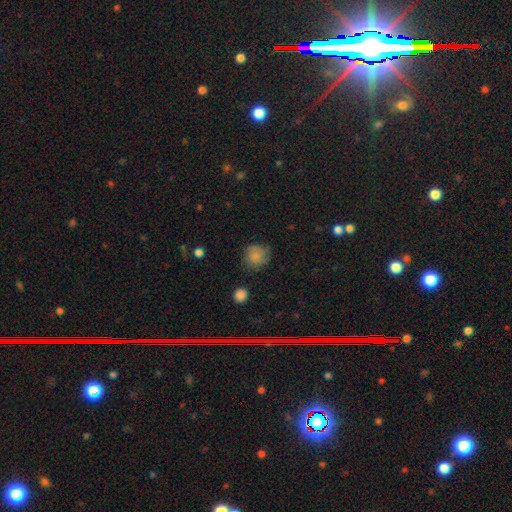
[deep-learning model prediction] A smooth galaxy with no disk features (81%) that is round (85%). Merging: none (68%).